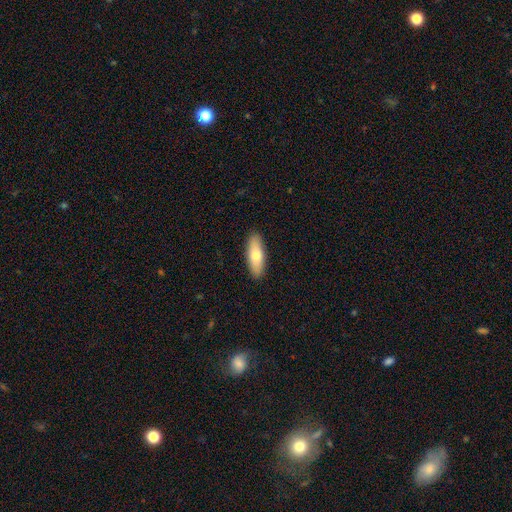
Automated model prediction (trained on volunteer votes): smooth 71%, featured or disk 23%, star or artifact 6%. Down the decision tree: how rounded — in between (64%); merging — none (90%).